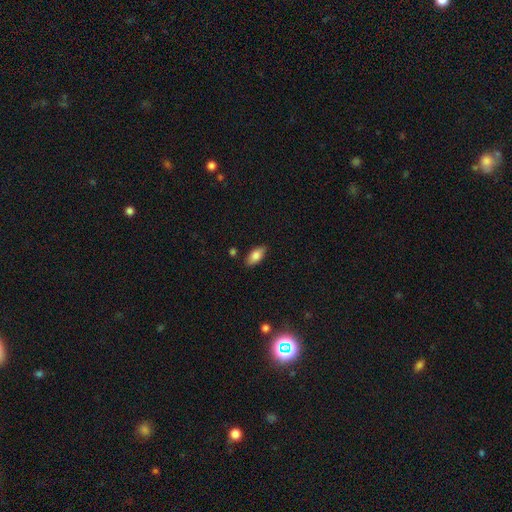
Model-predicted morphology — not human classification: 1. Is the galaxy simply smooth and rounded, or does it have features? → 82% smooth, 11% featured or disk, 7% star or artifact.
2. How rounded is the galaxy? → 89% in between, 8% cigar-shaped, 3% round.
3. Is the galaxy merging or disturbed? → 85% none, 11% minor disturbance, 2% major disturbance, 2% merger.